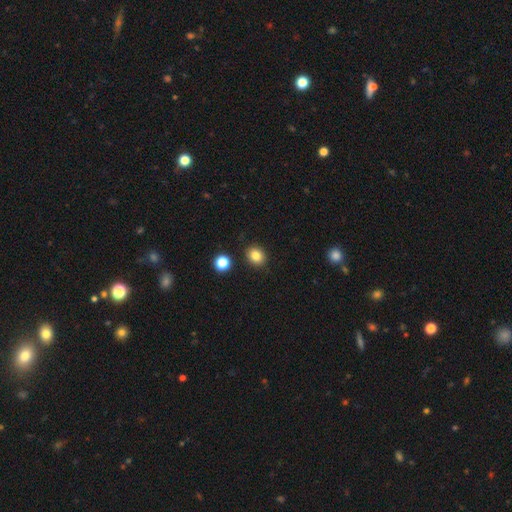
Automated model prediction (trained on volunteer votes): Smooth or featured? smooth (83%)
How rounded? round (65%)
Merging? none (87%)